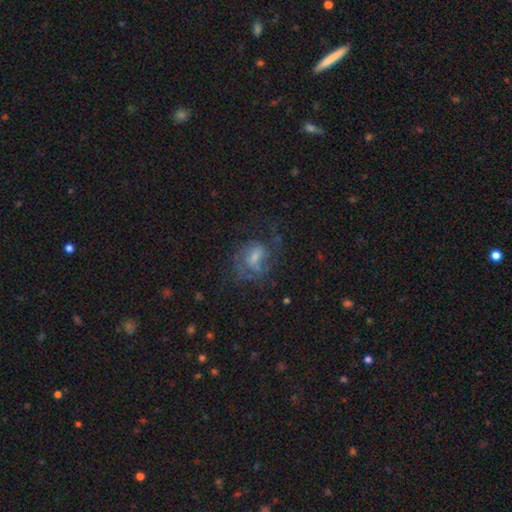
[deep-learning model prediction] A featured or disk galaxy (62%) with a weak bar (49%), spiral arms (80%) and a small central bulge (39%). Merging: none (51%).